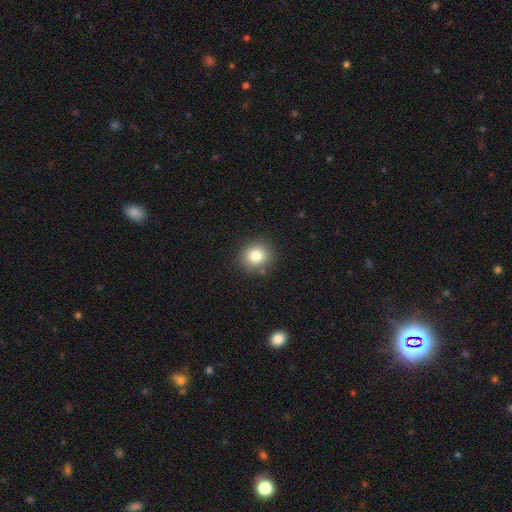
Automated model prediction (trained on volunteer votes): Smooth or featured: smooth — 82% (star or artifact — 11%)
How rounded: round — 80% (in between — 19%)
Merging: none — 86% (minor disturbance — 9%)